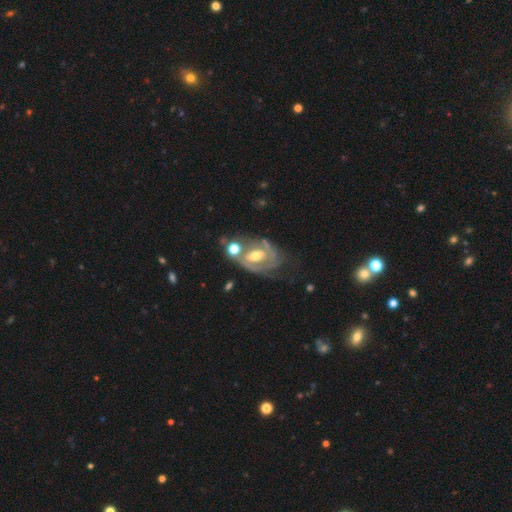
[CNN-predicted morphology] A featured or disk galaxy (81%) with no bar (46%), 2 (42%) tight (57%) spiral arms (78%) and a moderate central bulge (67%).

Vote fractions:
- Smooth or featured? featured or disk: 81% / smooth: 13% / star or artifact: 6%
- Edge-on disk? no: 96% / yes: 4%
- Bar? no: 46% / weak: 39% / strong: 16%
- Spiral arms? yes: 78% / no: 22%
- Spiral winding? tight: 57% / medium: 32% / loose: 11%
- Spiral arm count? 2: 42% / can't tell: 32% / 1: 14% / 3: 7% / 4: 2% / more than 4: 2%
- Bulge size? moderate: 67% / small: 24% / large: 7% / none: 2% / dominant: 1%
- Merging? none: 41% / minor disturbance: 22% / major disturbance: 19% / merger: 18%